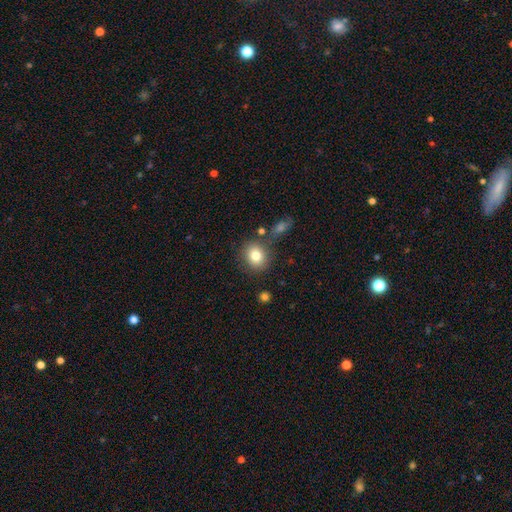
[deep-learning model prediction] smooth_or_featured: smooth (p=0.80) [alt: star or artifact p=0.10]
how_rounded: round (p=0.70) [alt: in between p=0.29]
merging: none (p=0.80) [alt: minor disturbance p=0.10]